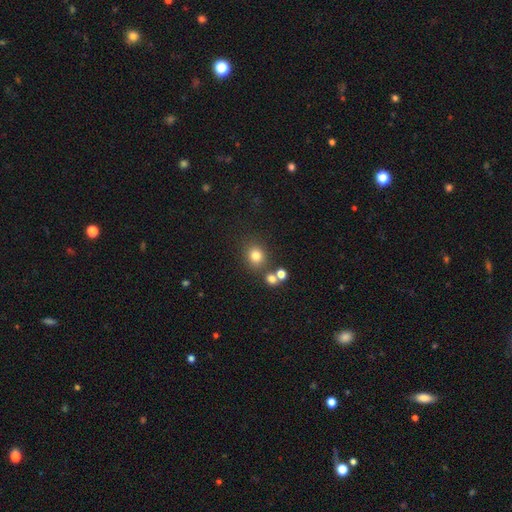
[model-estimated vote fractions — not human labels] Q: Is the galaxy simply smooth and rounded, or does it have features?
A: smooth — 79%.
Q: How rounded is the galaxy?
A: round — 80%.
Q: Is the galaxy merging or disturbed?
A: none — 75%.